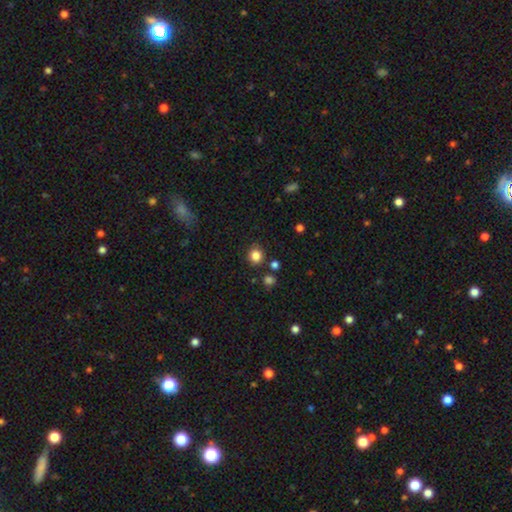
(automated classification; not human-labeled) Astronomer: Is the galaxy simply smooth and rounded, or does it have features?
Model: smooth — 83%.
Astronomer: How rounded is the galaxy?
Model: round — 83%.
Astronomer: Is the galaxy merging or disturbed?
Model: none — 85%.